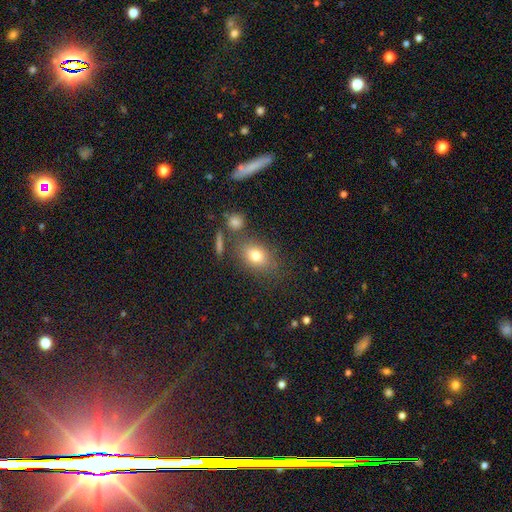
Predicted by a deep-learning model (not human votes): Q: Smooth or featured?
A: smooth (76%); runner-up: star or artifact (12%)
Q: How rounded?
A: in between (65%); runner-up: round (32%)
Q: Merging?
A: none (73%); runner-up: minor disturbance (13%)